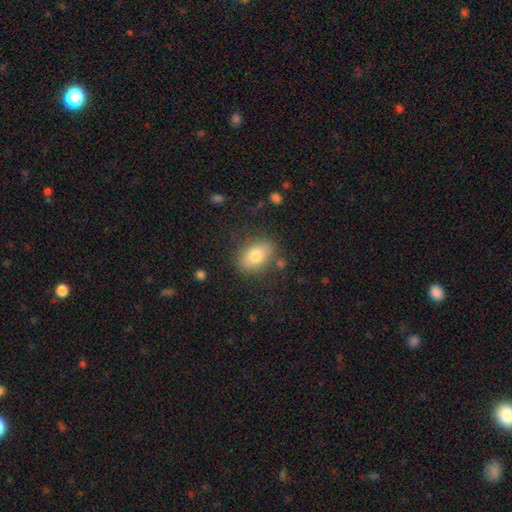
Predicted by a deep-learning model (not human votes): Q: Smooth or featured?
A: smooth (75%); runner-up: featured or disk (17%)
Q: How rounded?
A: in between (79%); runner-up: round (19%)
Q: Merging?
A: none (80%); runner-up: minor disturbance (13%)